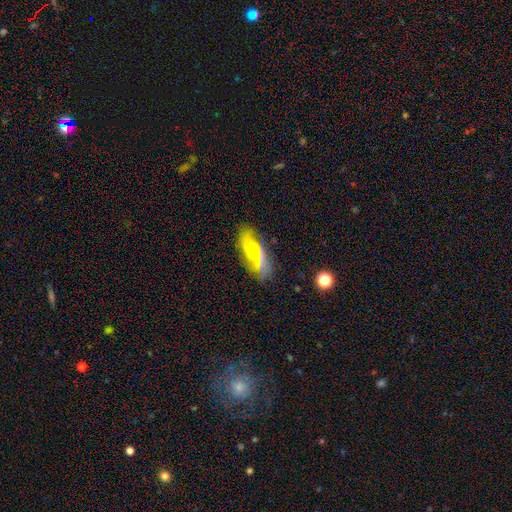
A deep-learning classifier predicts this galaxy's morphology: smooth-or-featured: smooth: 50% | featured or disk: 34% | star or artifact: 15%
  how-rounded: in between: 82% | cigar-shaped: 12% | round: 6%
  merging: none: 76% | minor disturbance: 17% | major disturbance: 5% | merger: 3%